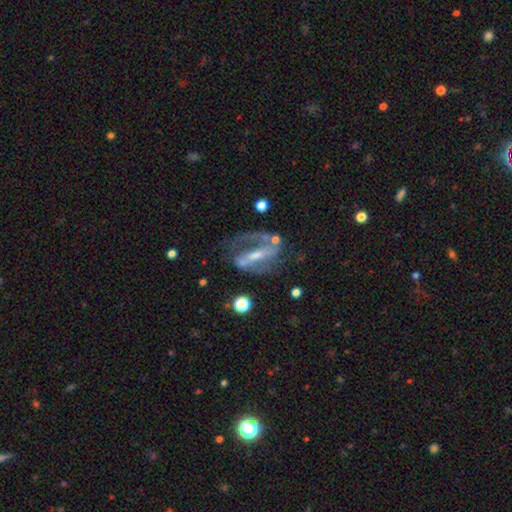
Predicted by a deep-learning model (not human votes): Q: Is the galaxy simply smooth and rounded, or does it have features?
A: featured or disk — 82%.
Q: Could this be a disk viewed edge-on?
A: no — 90%.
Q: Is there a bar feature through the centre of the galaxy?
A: strong — 62%.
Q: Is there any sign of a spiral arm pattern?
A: yes — 86%.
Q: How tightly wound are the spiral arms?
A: medium — 49%.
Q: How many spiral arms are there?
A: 2 — 75%.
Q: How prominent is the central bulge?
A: small — 46%.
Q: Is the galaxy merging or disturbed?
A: none — 53%.